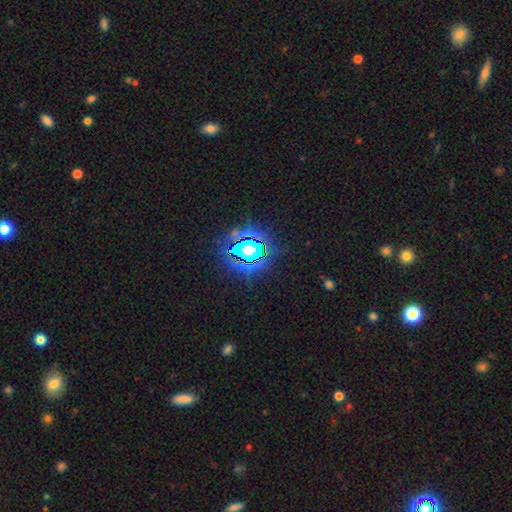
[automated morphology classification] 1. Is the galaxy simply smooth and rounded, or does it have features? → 82% star or artifact, 11% smooth, 7% featured or disk.